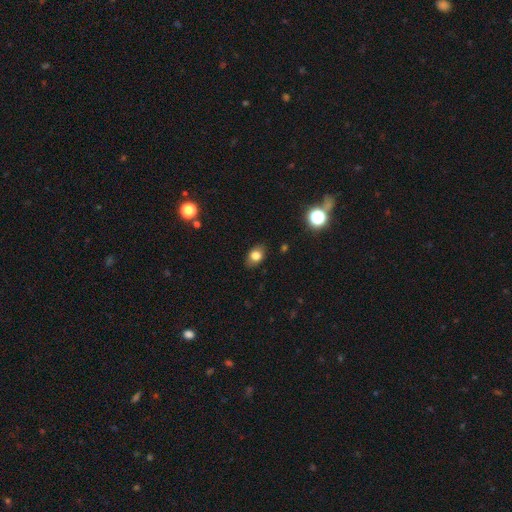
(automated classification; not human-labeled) Smooth or featured: smooth — 78% (star or artifact — 11%)
How rounded: in between — 72% (round — 26%)
Merging: none — 85% (minor disturbance — 12%)